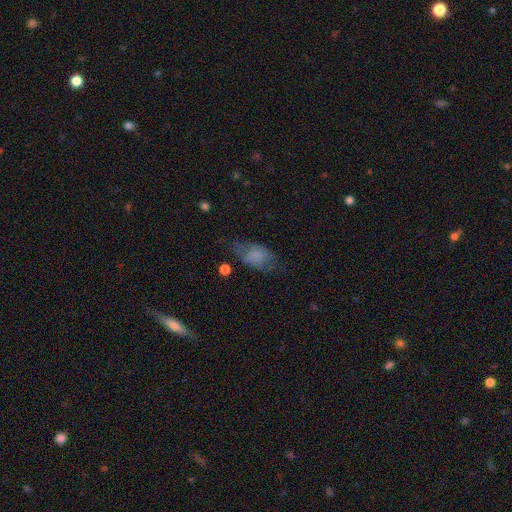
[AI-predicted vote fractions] Morphology: type=smooth (66%); roundness=in between (88%); merging=none (47%).